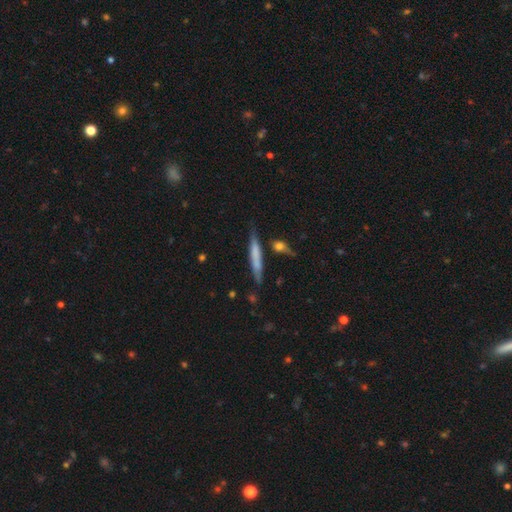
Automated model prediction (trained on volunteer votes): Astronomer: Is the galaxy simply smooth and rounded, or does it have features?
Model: smooth — 58% (runner-up: featured or disk, 36%).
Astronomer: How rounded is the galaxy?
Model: cigar-shaped — 92%.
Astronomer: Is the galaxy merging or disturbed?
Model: none — 73%.